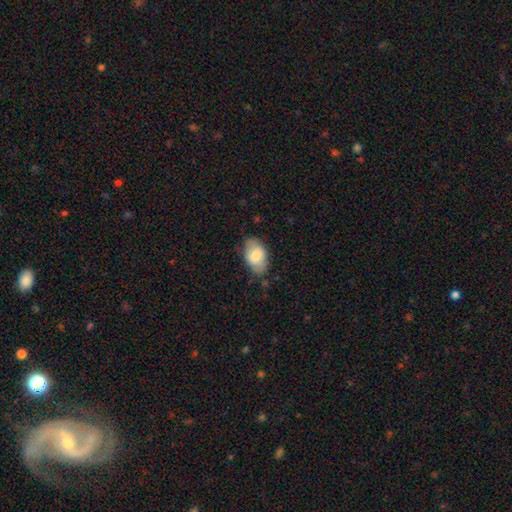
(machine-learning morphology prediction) Q: Smooth or featured?
A: smooth (76%); runner-up: featured or disk (18%)
Q: How rounded?
A: in between (93%); runner-up: round (6%)
Q: Merging?
A: none (75%); runner-up: minor disturbance (20%)